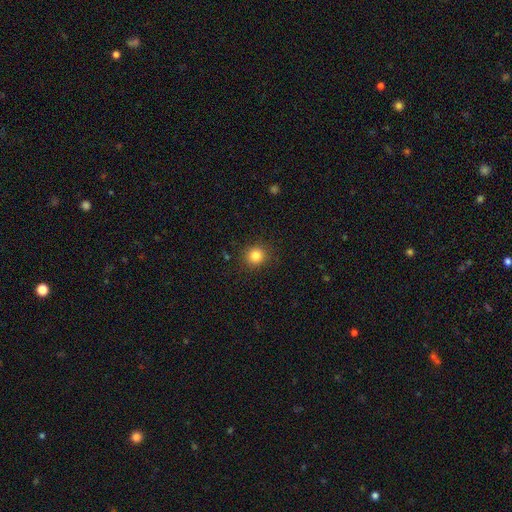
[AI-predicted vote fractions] The model was most divided on "smooth or featured": smooth: 83%, star or artifact: 12%, featured or disk: 5%. More confident: how rounded — round (90%); merging — none (90%).